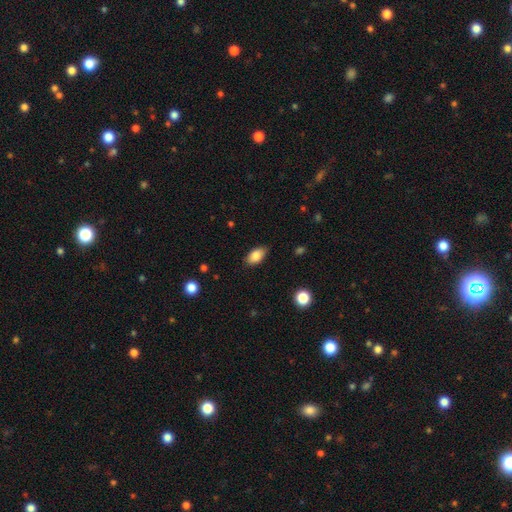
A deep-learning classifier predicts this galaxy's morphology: Q: Smooth or featured?
A: smooth (85%); runner-up: featured or disk (8%)
Q: How rounded?
A: in between (92%); runner-up: round (5%)
Q: Merging?
A: none (84%); runner-up: minor disturbance (13%)